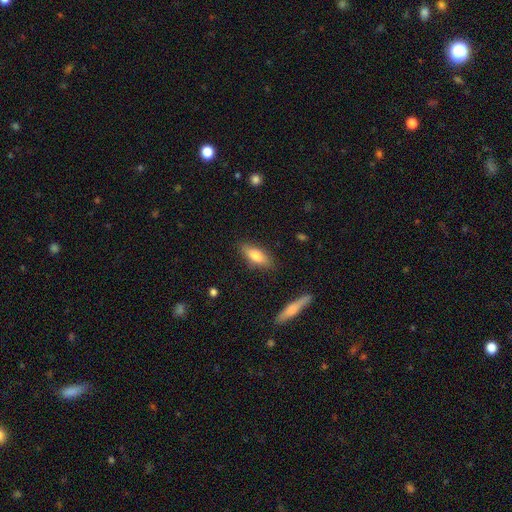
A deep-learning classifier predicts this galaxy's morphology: Smooth or featured? smooth (76%)
How rounded? in between (68%)
Merging? none (84%)